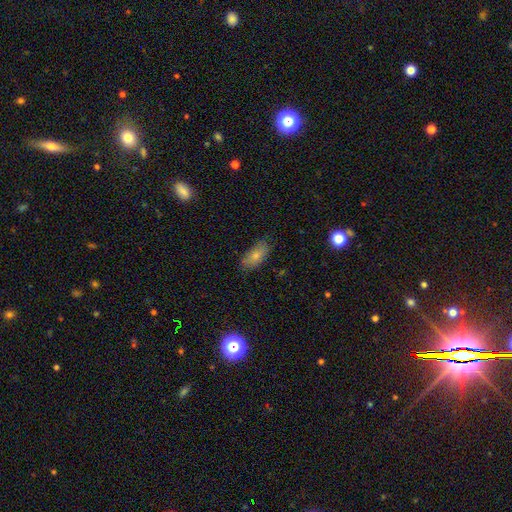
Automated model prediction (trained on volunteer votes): Overall: smooth (77%). How rounded: in between (90%). Merging: none (78%).